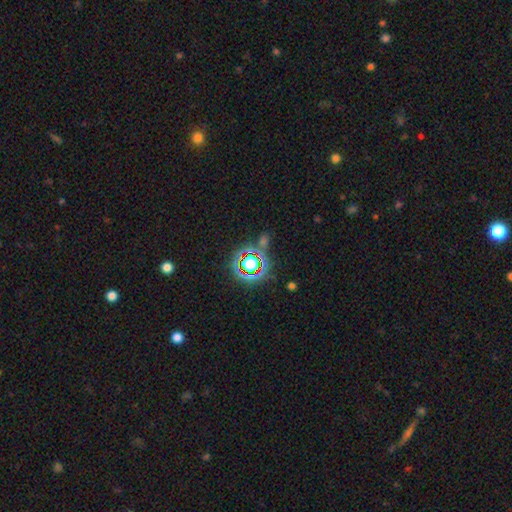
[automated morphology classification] A star or artifact, not a galaxy (77%).